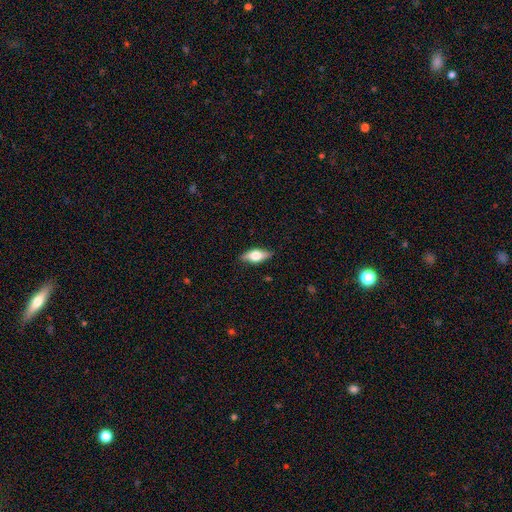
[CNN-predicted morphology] type=smooth (56%); roundness=in between (76%); merging=none (86%).